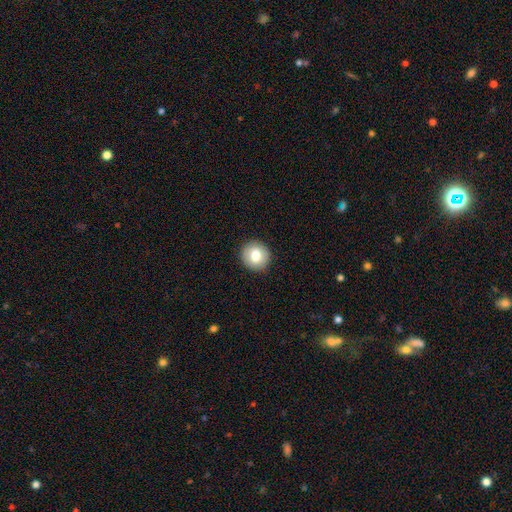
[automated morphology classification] Smooth or featured? Predicted: smooth (p=0.78). How rounded? Predicted: round (p=0.91). Merging? Predicted: none (p=0.92).